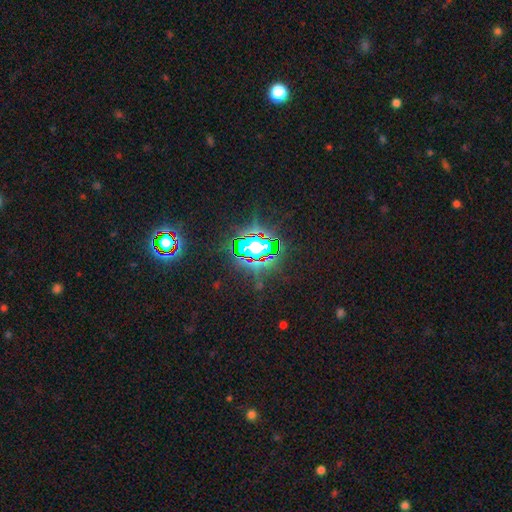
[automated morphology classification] A star or artifact, not a galaxy (77%).

Vote fractions:
- Smooth or featured? star or artifact: 77% / smooth: 12% / featured or disk: 11%